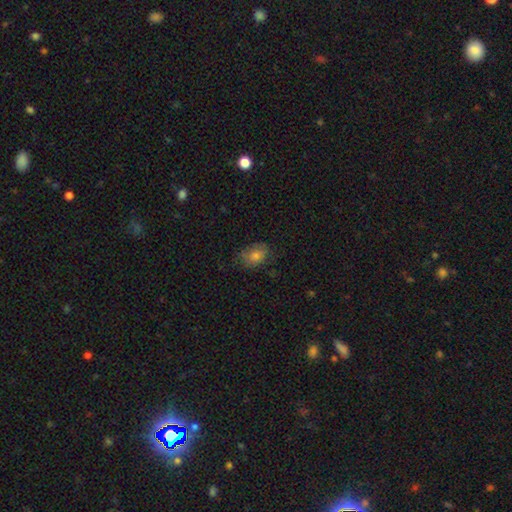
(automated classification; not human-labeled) smooth-or-featured: smooth: 73% | featured or disk: 14% | star or artifact: 13%
  how-rounded: in between: 69% | round: 30% | cigar-shaped: 1%
  merging: none: 72% | minor disturbance: 21% | major disturbance: 6% | merger: 1%